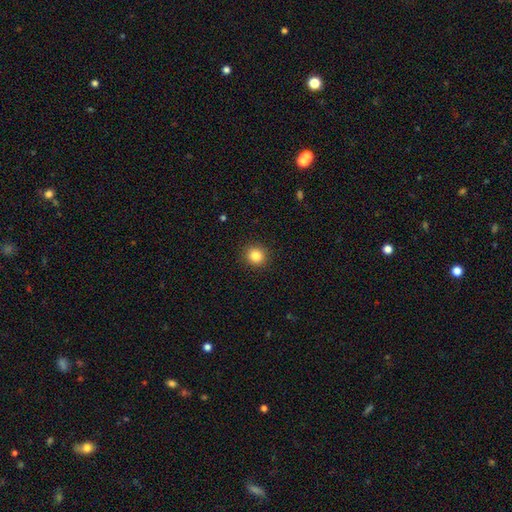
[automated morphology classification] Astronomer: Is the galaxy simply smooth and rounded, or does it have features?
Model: smooth — 85%.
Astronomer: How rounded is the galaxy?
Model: round — 89%.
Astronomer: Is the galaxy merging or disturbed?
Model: none — 91%.